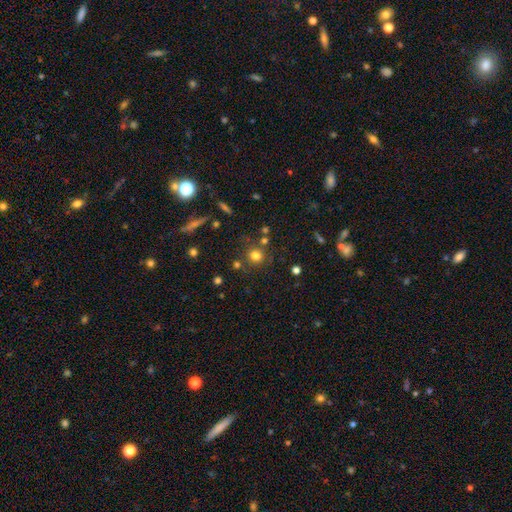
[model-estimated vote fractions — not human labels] Overall: smooth (75%). How rounded: round (89%). Merging: none (77%).